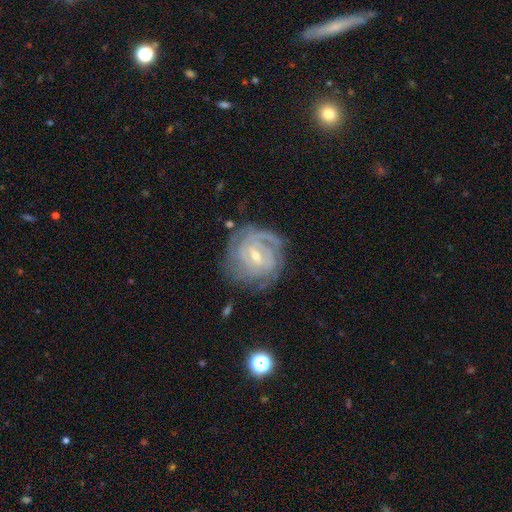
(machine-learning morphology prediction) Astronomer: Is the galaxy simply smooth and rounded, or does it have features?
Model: featured or disk — 87%.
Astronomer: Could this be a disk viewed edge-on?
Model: no — 97%.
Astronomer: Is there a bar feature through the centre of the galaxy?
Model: weak — 56%.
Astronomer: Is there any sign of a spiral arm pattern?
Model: yes — 97%.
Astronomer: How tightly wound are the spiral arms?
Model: tight — 78%.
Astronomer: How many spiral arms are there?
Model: can't tell — 28% (runner-up: 3, 24%).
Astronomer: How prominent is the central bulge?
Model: small — 54% (runner-up: moderate, 43%).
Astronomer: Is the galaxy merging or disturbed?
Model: none — 75%.